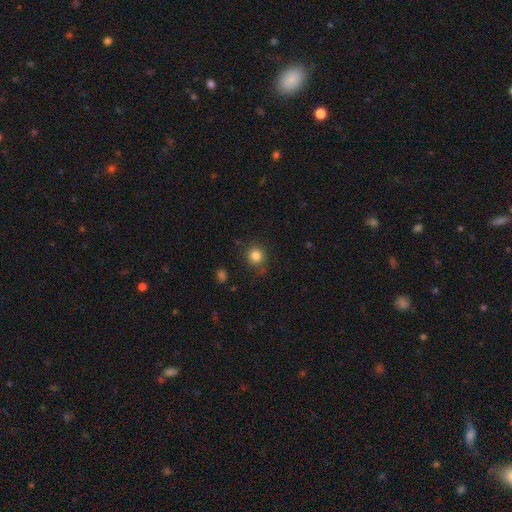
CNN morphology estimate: smooth_or_featured: smooth (p=0.83) [alt: star or artifact p=0.12]
how_rounded: round (p=0.89) [alt: in between p=0.10]
merging: none (p=0.82) [alt: minor disturbance p=0.12]